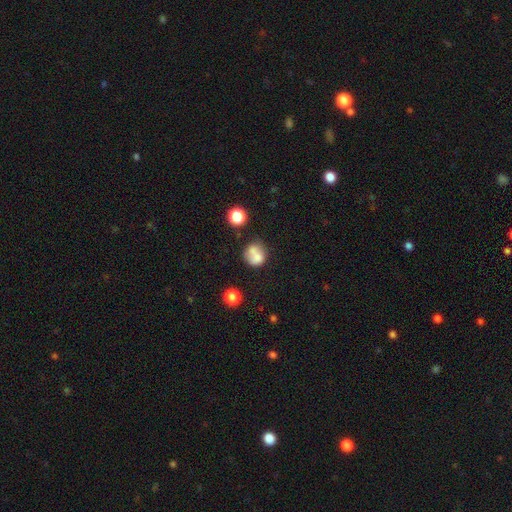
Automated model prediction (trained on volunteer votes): This appears to be a smooth galaxy with no disk features (70%) that is round (76%). Merging: none (39%).